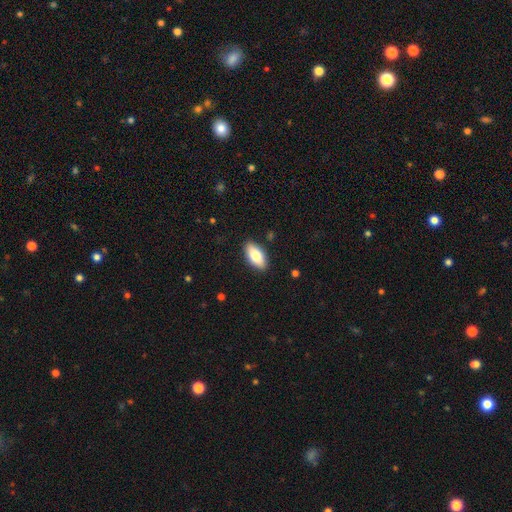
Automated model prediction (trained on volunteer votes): A smooth galaxy with no disk features (79%) that is in between round and cigar-shaped (91%). Merging: none (89%).